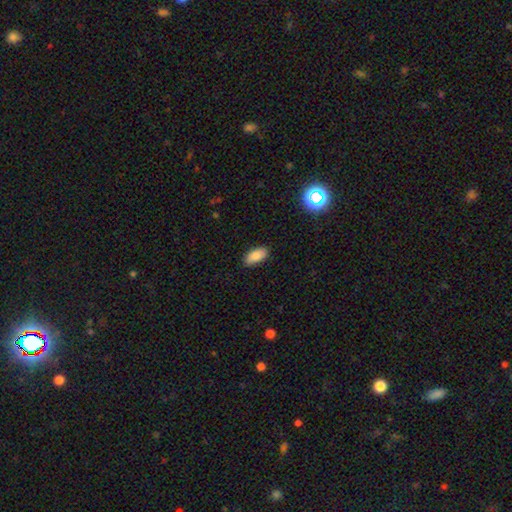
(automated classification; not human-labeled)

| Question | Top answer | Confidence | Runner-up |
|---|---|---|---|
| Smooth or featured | smooth | 83% | featured or disk (9%) |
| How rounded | in between | 92% | cigar-shaped (5%) |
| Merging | none | 85% | minor disturbance (12%) |